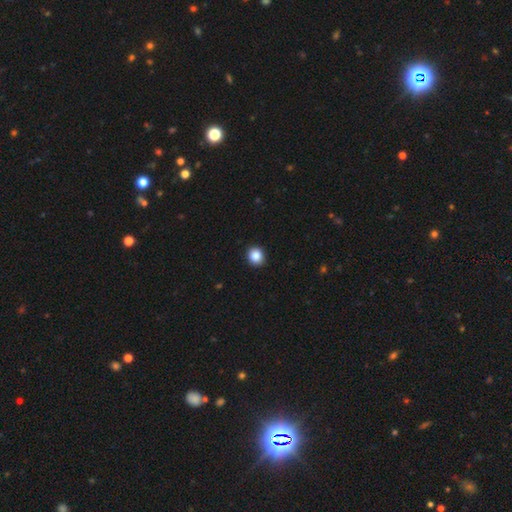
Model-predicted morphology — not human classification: smooth-or-featured: smooth: 88% | star or artifact: 9% | featured or disk: 3%
  how-rounded: round: 84% | in between: 15% | cigar-shaped: 1%
  merging: none: 92% | minor disturbance: 5% | major disturbance: 2% | merger: 1%